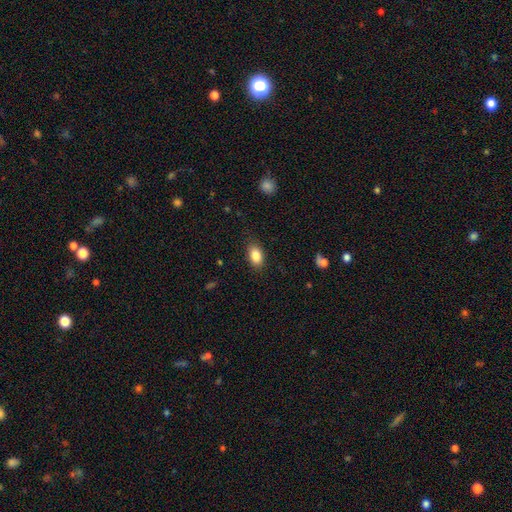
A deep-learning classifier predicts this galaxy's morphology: type=smooth (86%); roundness=in between (88%); merging=none (83%).